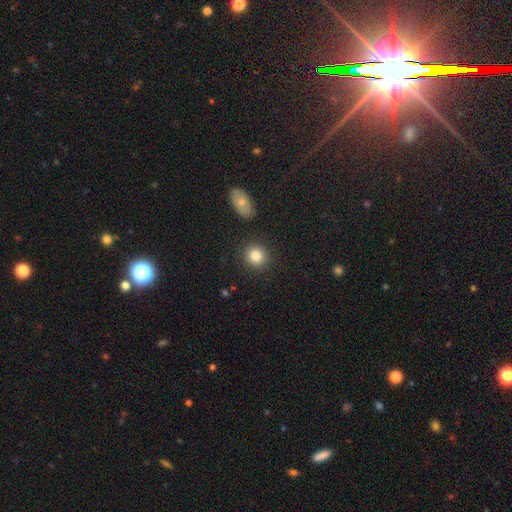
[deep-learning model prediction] smooth 83%, star or artifact 9%, featured or disk 8%. Down the decision tree: how rounded — round (84%); merging — none (87%).